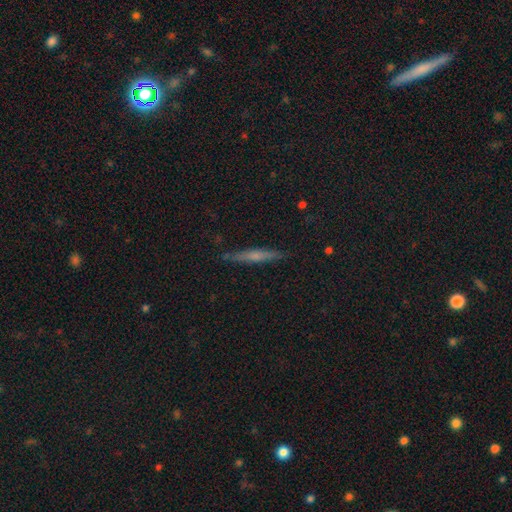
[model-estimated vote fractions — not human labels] featured or disk 49%, smooth 43%, star or artifact 8%. Down the decision tree: merging — none (88%).